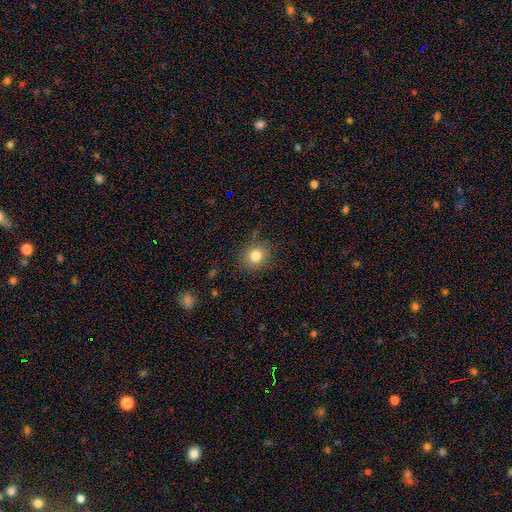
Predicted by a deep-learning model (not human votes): Morphology: type=smooth (81%); roundness=round (79%); merging=none (85%).